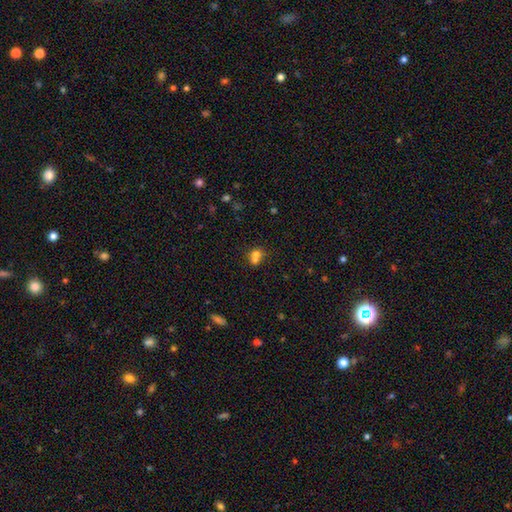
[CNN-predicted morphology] type=smooth (69%); roundness=round (75%); merging=merger (61%).